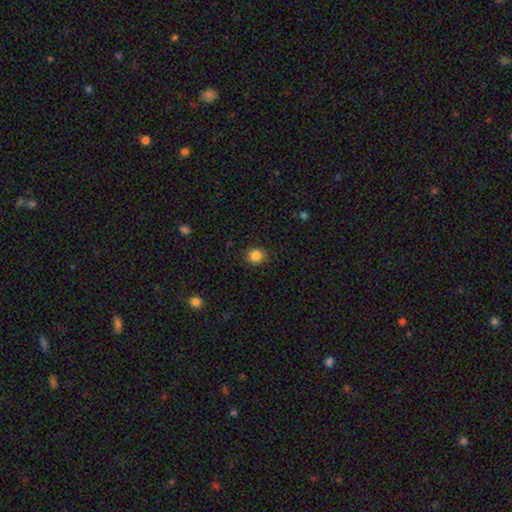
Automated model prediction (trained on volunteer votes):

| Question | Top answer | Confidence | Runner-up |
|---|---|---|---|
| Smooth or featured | smooth | 85% | star or artifact (11%) |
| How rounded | round | 86% | in between (13%) |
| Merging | none | 89% | minor disturbance (8%) |